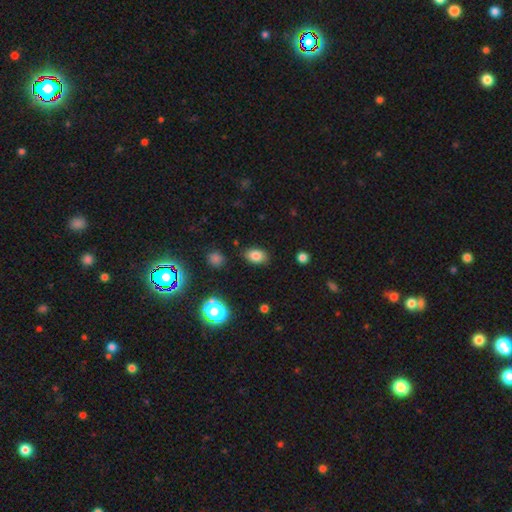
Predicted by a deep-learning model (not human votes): smooth-or-featured: smooth: 81% | star or artifact: 12% | featured or disk: 7%
  how-rounded: in between: 83% | round: 15% | cigar-shaped: 1%
  merging: none: 85% | minor disturbance: 10% | major disturbance: 3% | merger: 2%